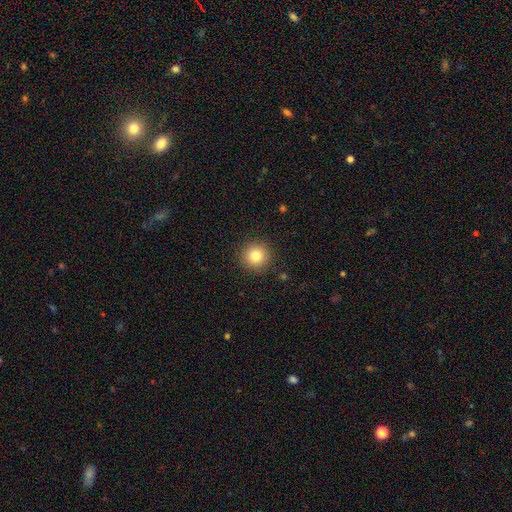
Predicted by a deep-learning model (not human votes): Morphology: type=smooth (82%); roundness=round (94%); merging=none (91%).